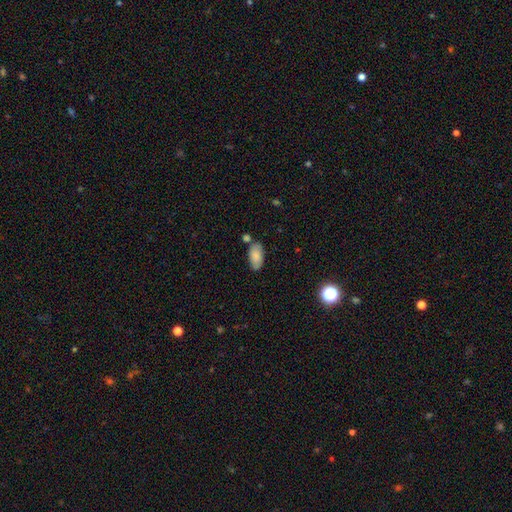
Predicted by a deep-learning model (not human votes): smooth-or-featured: smooth: 82% | featured or disk: 11% | star or artifact: 7%
  how-rounded: in between: 94% | cigar-shaped: 3% | round: 3%
  merging: none: 68% | minor disturbance: 17% | merger: 11% | major disturbance: 4%